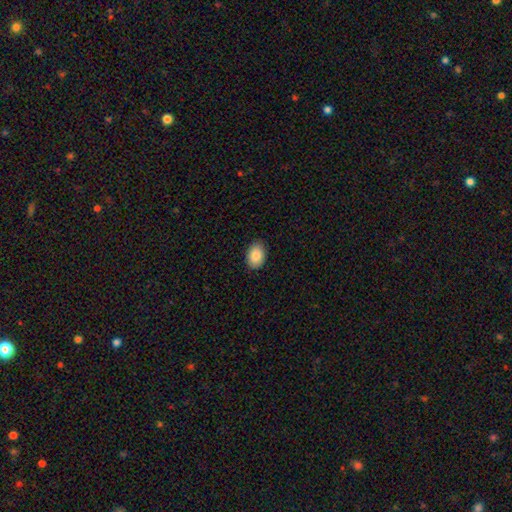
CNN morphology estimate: smooth 88%, star or artifact 7%, featured or disk 5%. Down the decision tree: how rounded — in between (82%); merging — none (87%).